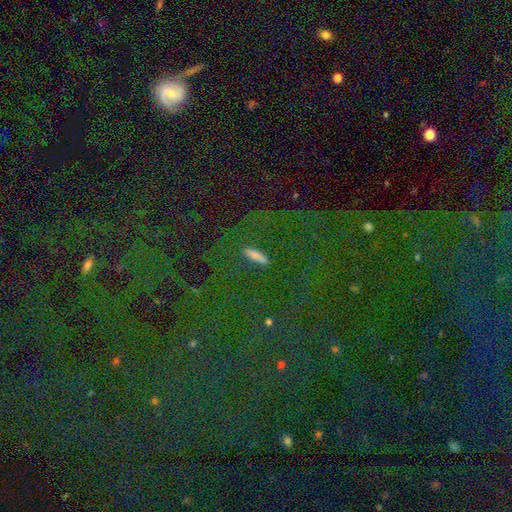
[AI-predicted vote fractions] smooth-or-featured: star or artifact: 45% | smooth: 40% | featured or disk: 15%